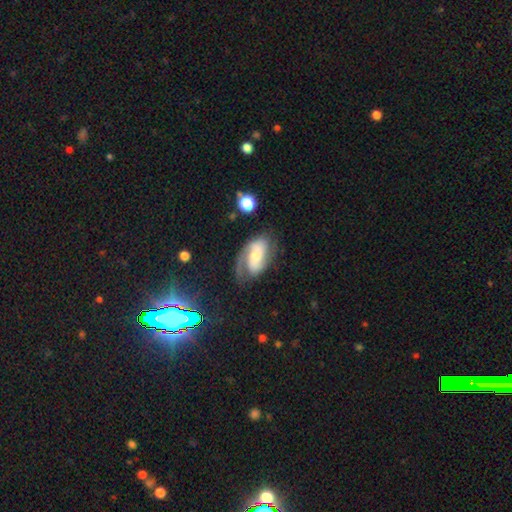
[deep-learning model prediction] Smooth or featured? Predicted: featured or disk (p=0.72). Edge-on disk? Predicted: no (p=0.95). Bar? Predicted: no (p=0.49). Spiral arms? Predicted: yes (p=0.91). Spiral winding? Predicted: medium (p=0.43). Spiral arm count? Predicted: 2 (p=0.63). Bulge size? Predicted: moderate (p=0.49). Merging? Predicted: none (p=0.59).